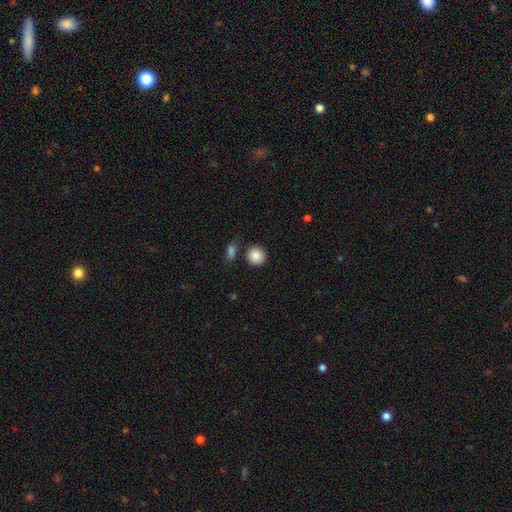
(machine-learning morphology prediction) smooth 88%, star or artifact 8%, featured or disk 4%. Down the decision tree: how rounded — round (91%); merging — none (80%).